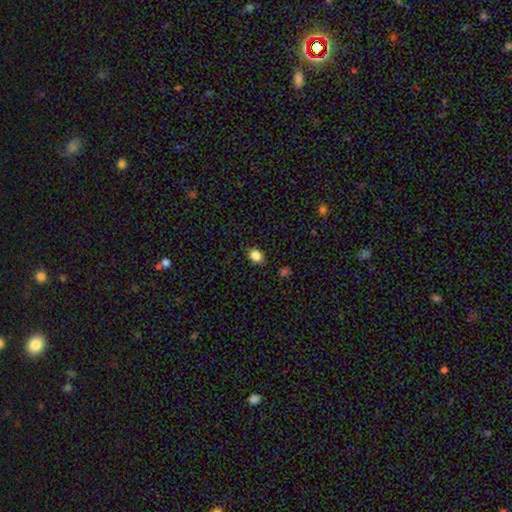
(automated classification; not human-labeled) Q: Smooth or featured?
A: smooth (85%); runner-up: star or artifact (10%)
Q: How rounded?
A: in between (64%); runner-up: round (35%)
Q: Merging?
A: none (86%); runner-up: minor disturbance (10%)